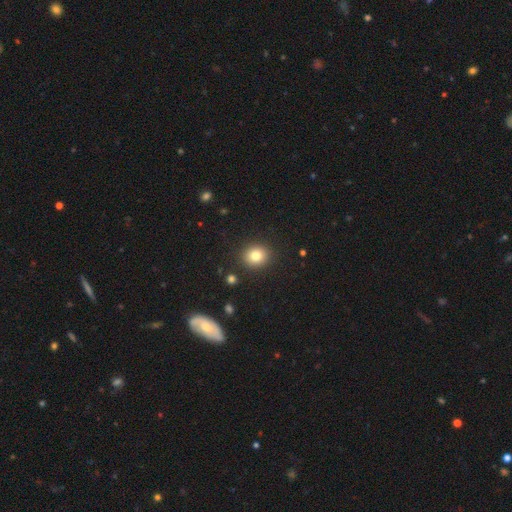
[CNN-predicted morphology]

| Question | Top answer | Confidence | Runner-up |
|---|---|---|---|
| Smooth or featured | smooth | 81% | star or artifact (11%) |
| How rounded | round | 73% | in between (26%) |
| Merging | none | 90% | minor disturbance (7%) |